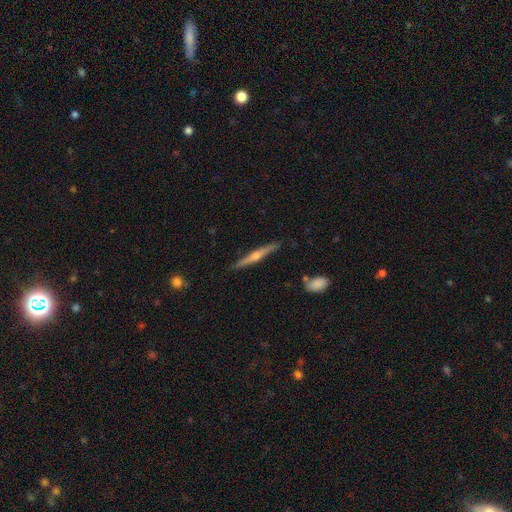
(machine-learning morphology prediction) Overall: featured or disk (69%). Edge-on disk: yes (98%). Edge-on bulge: rounded (88%). Merging: none (88%).